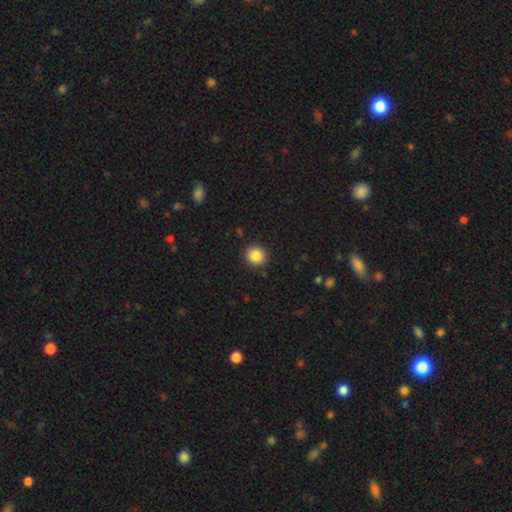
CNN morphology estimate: smooth-or-featured: smooth: 86% | star or artifact: 10% | featured or disk: 4%
  how-rounded: round: 90% | in between: 9% | cigar-shaped: 1%
  merging: none: 91% | minor disturbance: 6% | major disturbance: 2% | merger: 1%